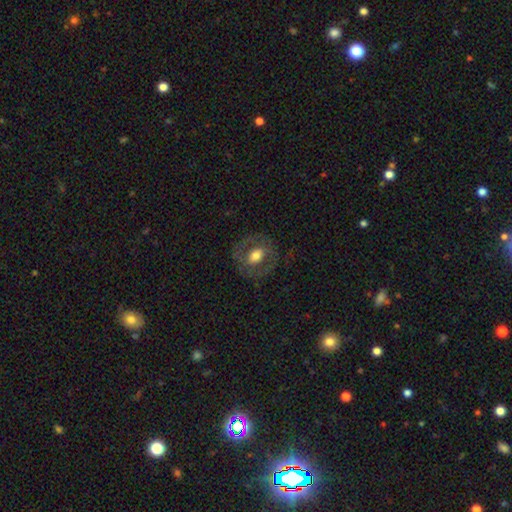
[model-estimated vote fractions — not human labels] A smooth galaxy with no disk features (47%).

Vote fractions:
- Smooth or featured? smooth: 47% / featured or disk: 45% / star or artifact: 8%
- Merging? none: 76% / minor disturbance: 14% / major disturbance: 10% / merger: 1%